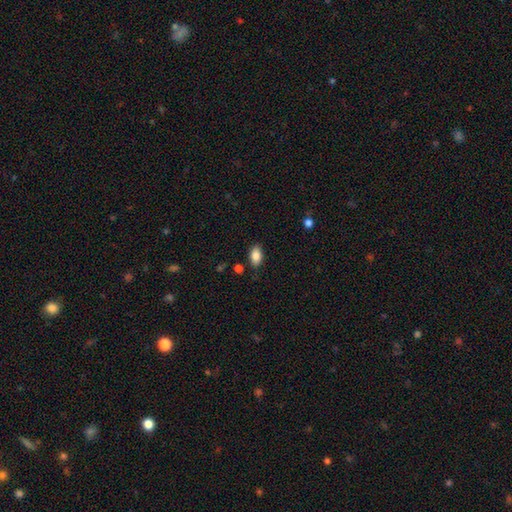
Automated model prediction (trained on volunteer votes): Overall: smooth (85%). How rounded: in between (91%). Merging: none (83%).